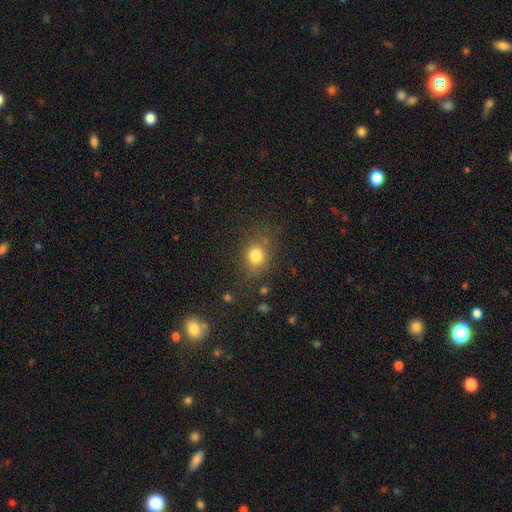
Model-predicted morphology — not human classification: A smooth galaxy with no disk features (80%) that is round (61%).

Vote fractions:
- Smooth or featured? smooth: 80% / star or artifact: 13% / featured or disk: 8%
- How rounded? round: 61% / in between: 38% / cigar-shaped: 1%
- Merging? none: 75% / minor disturbance: 15% / major disturbance: 7% / merger: 3%